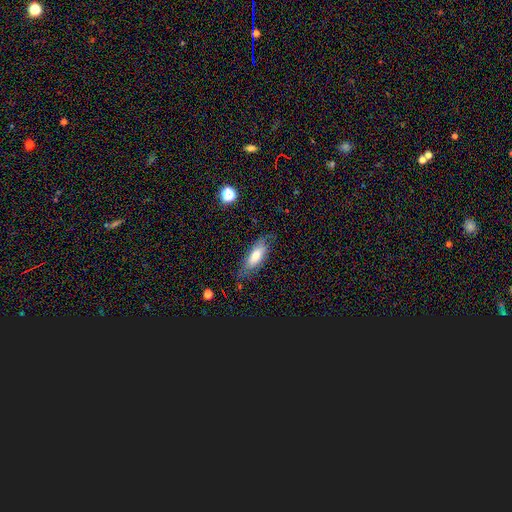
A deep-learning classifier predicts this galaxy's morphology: Smooth or featured? smooth (61%)
How rounded? in between (68%)
Merging? none (70%)